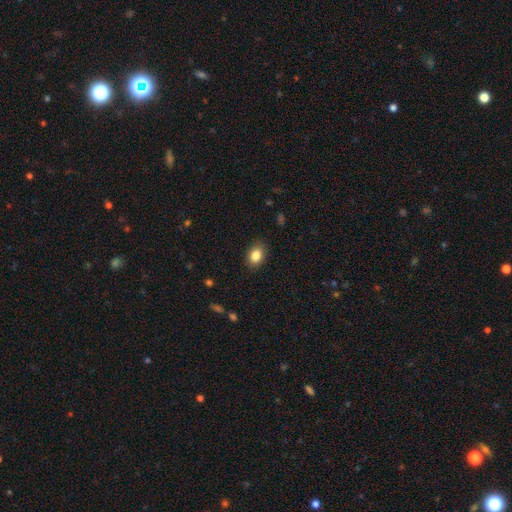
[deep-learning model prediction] Overall: smooth (85%). How rounded: in between (73%). Merging: none (87%).